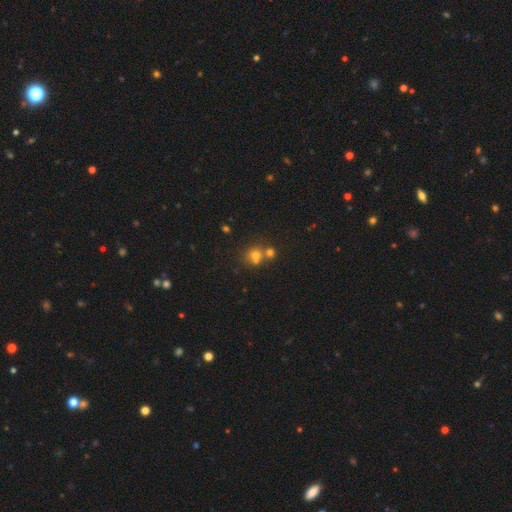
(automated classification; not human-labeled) Overall: smooth (69%). How rounded: round (81%). Merging: none (46%; merger 43%).